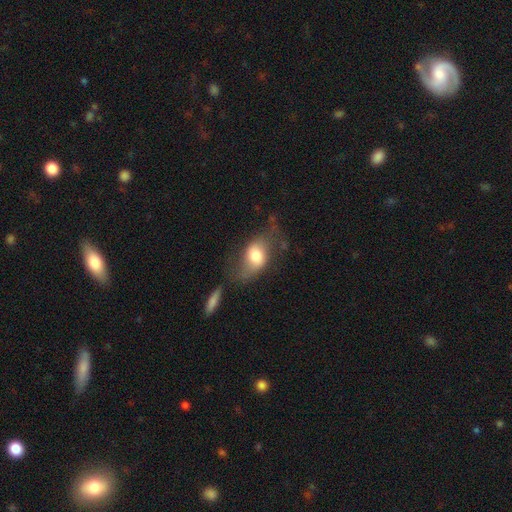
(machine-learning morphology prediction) Smooth or featured? smooth (62%)
How rounded? in between (82%)
Merging? none (43%)